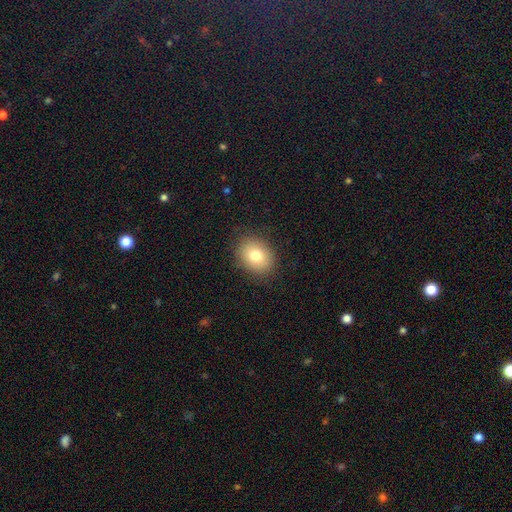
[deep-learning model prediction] Smooth or featured? smooth (78%)
How rounded? in between (57%)
Merging? none (87%)